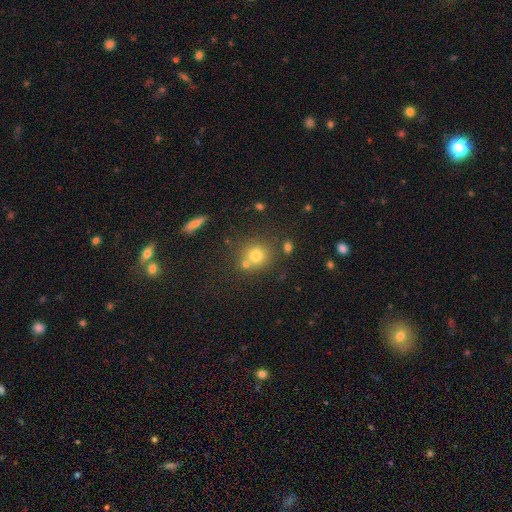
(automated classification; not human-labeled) This appears to be a smooth galaxy with no disk features (73%) that is round (87%). Merging: none (64%).